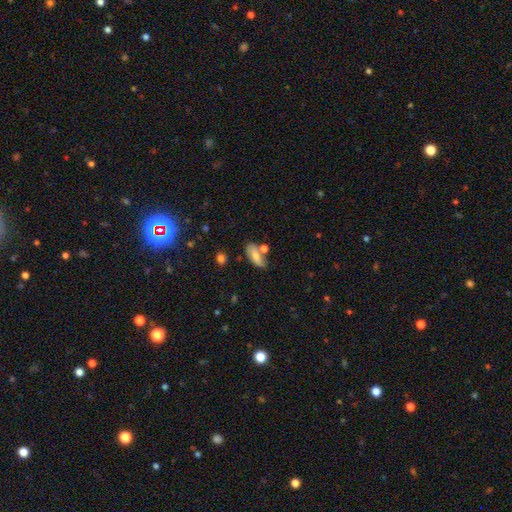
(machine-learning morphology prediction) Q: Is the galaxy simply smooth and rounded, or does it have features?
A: smooth — 69%.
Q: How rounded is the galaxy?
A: in between — 82%.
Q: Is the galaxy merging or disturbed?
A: none — 63%.